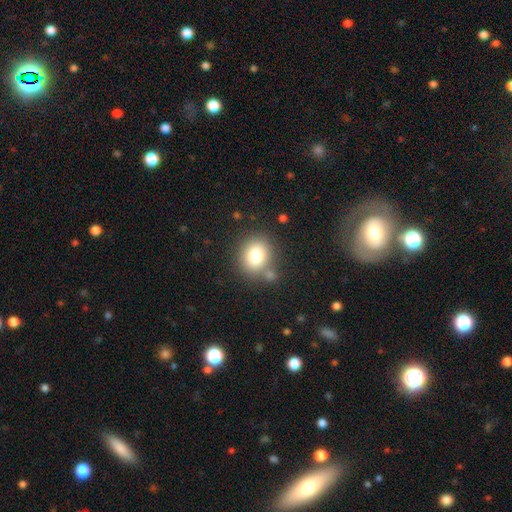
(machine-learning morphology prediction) This appears to be a smooth galaxy with no disk features (79%) that is round (64%). Merging: none (73%).